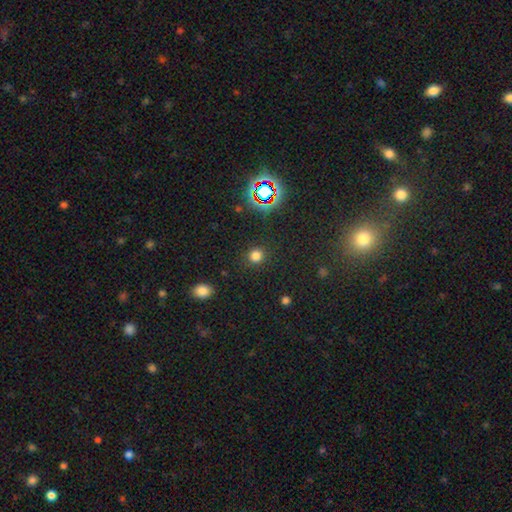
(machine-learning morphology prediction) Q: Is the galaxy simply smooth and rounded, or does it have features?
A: smooth — 77%.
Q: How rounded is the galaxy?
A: round — 90%.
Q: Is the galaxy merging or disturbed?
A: none — 89%.